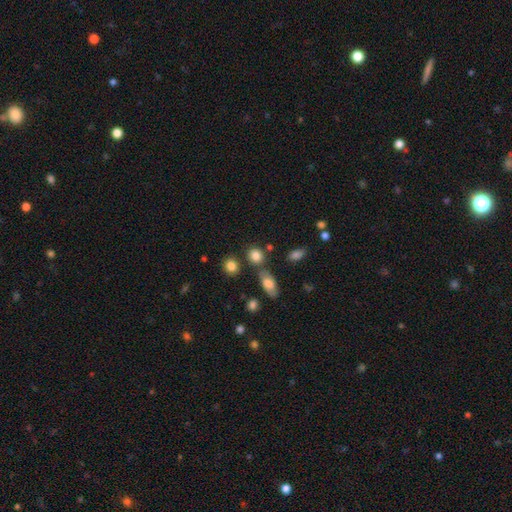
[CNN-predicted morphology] Smooth or featured? smooth (83%)
How rounded? round (74%)
Merging? none (73%)